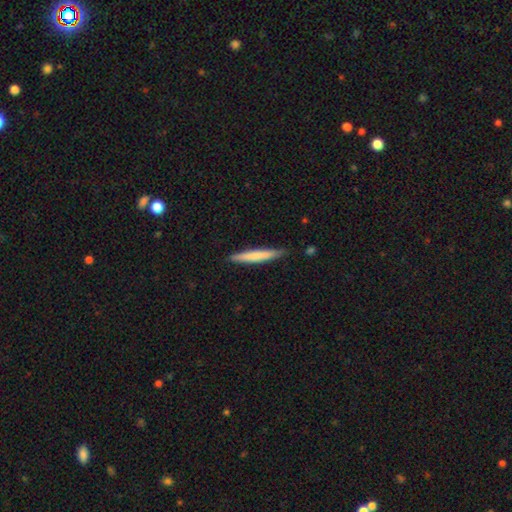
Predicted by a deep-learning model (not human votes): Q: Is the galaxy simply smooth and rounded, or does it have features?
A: smooth — 69%.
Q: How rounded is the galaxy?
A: cigar-shaped — 95%.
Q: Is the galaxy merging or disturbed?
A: none — 87%.